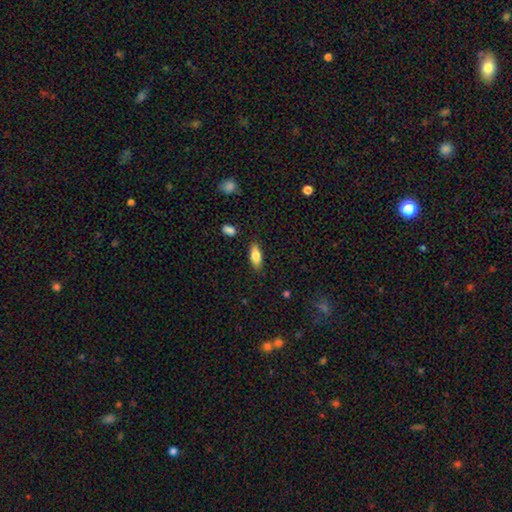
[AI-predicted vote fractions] This is likely a smooth galaxy (79%). How rounded: likely in between (79%). Merging: clearly none (84%).